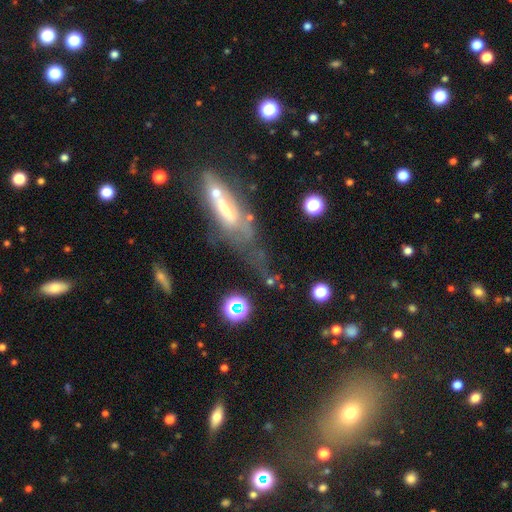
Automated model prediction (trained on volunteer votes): featured or disk 50%, smooth 31%, star or artifact 19%. Down the decision tree: merging — none (36%).